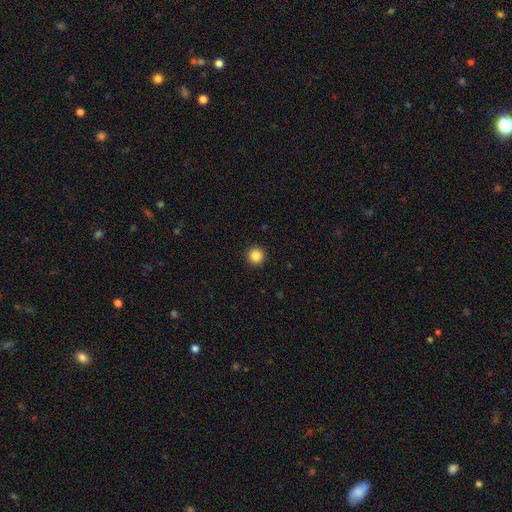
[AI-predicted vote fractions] The model was most divided on "smooth or featured": smooth: 86%, star or artifact: 10%, featured or disk: 3%. More confident: how rounded — round (96%); merging — none (93%).